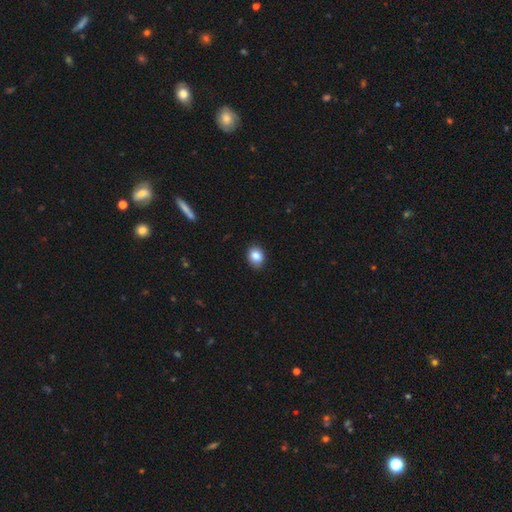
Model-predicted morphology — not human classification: Smooth or featured?
  - smooth: 86% *
  - star or artifact: 9%
  - featured or disk: 5%
How rounded?
  - round: 53% *
  - in between: 46%
  - cigar-shaped: 1%
Merging?
  - none: 88% *
  - minor disturbance: 9%
  - major disturbance: 2%
  - merger: 1%